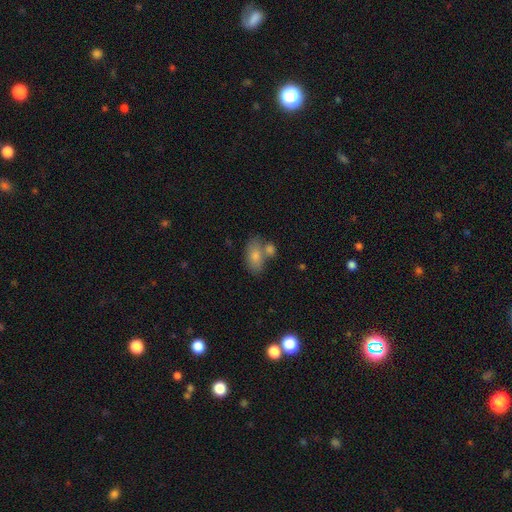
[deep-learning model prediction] smooth 79%, featured or disk 14%, star or artifact 7%. Down the decision tree: how rounded — in between (89%); merging — none (46%).